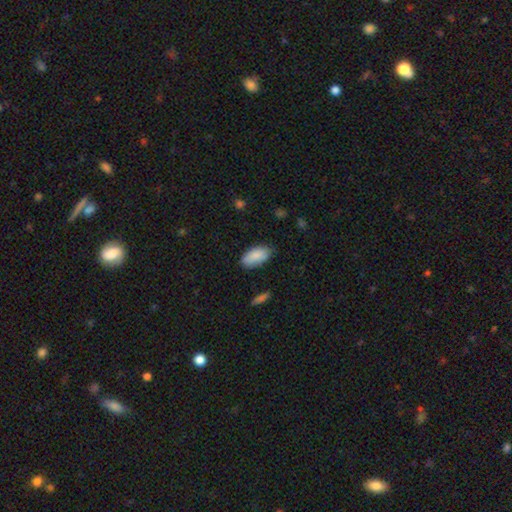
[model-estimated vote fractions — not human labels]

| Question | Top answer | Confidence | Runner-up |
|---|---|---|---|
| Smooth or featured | smooth | 87% | featured or disk (7%) |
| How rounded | in between | 94% | cigar-shaped (4%) |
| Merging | none | 77% | minor disturbance (19%) |